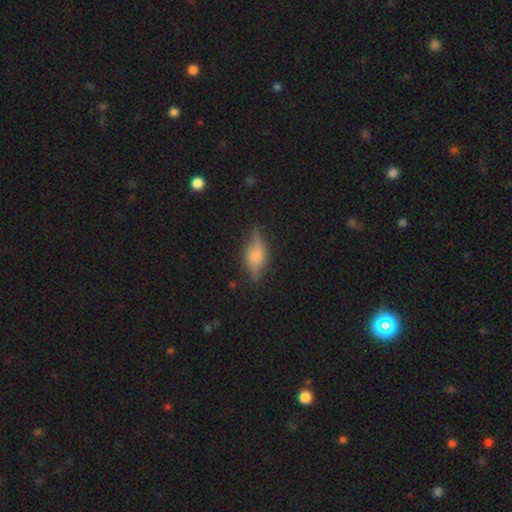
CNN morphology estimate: A featured or disk galaxy (48%). Merging: none (70%).